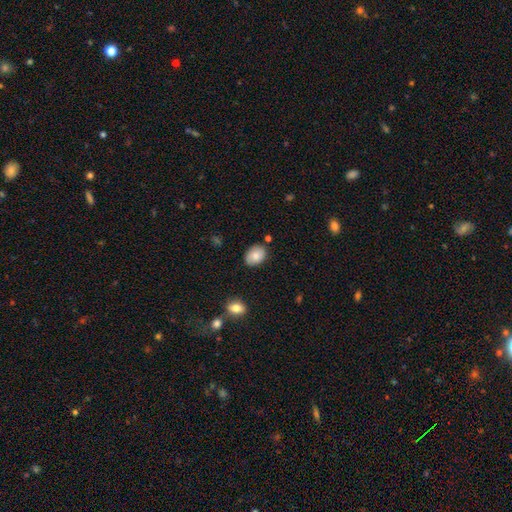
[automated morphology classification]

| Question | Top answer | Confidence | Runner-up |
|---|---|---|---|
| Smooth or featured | smooth | 82% | featured or disk (10%) |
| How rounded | in between | 77% | round (22%) |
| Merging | none | 81% | minor disturbance (14%) |